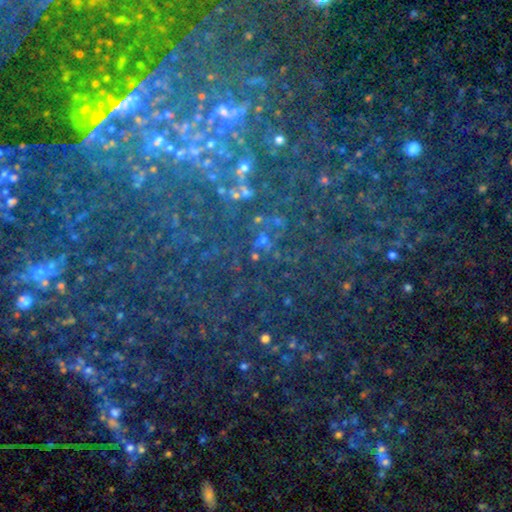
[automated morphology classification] Q: Smooth or featured?
A: star or artifact (78%); runner-up: smooth (12%)